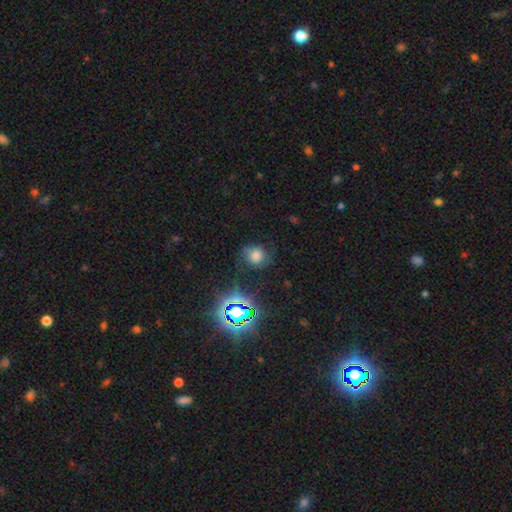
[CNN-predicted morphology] smooth_or_featured: smooth (p=0.57) [alt: star or artifact p=0.22]
how_rounded: round (p=0.78) [alt: in between p=0.21]
merging: none (p=0.64) [alt: minor disturbance p=0.21]